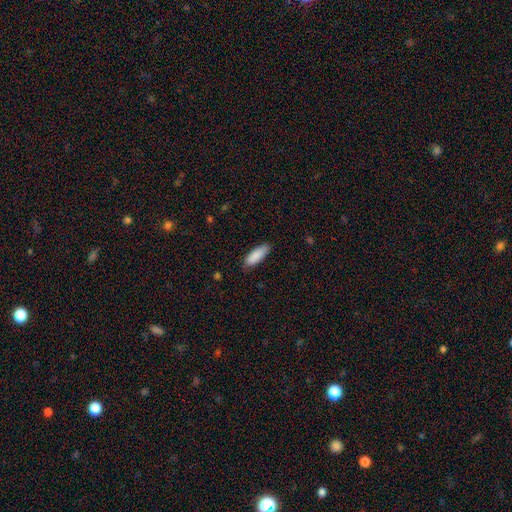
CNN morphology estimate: smooth 89%, star or artifact 6%, featured or disk 5%. Down the decision tree: how rounded — in between (63%); merging — none (83%).